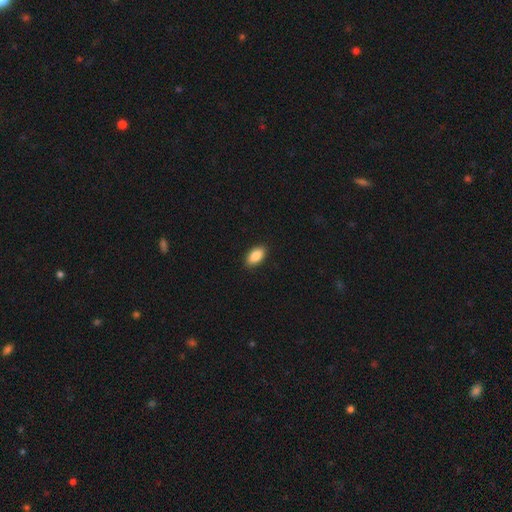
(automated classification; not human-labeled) This appears to be a smooth galaxy with no disk features (89%) that is in between round and cigar-shaped (93%). Merging: none (90%).